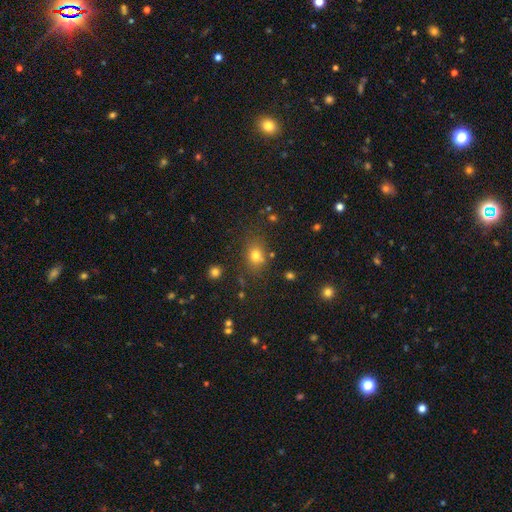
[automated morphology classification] smooth 74%, star or artifact 17%, featured or disk 9%. Down the decision tree: how rounded — round (49%, tied with in between); merging — none (73%).